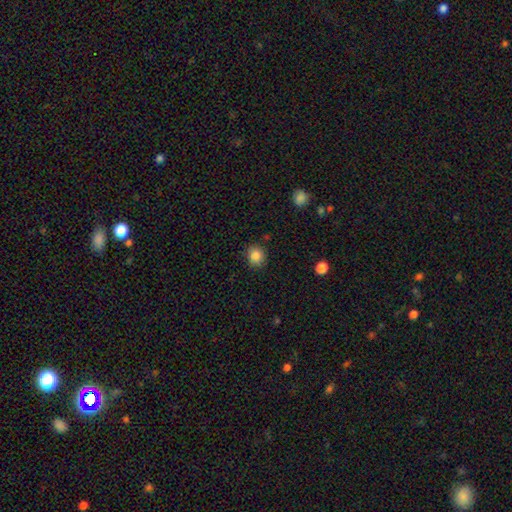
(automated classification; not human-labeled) A smooth galaxy with no disk features (86%) that is round (84%).

Vote fractions:
- Smooth or featured? smooth: 86% / star or artifact: 10% / featured or disk: 4%
- How rounded? round: 84% / in between: 16% / cigar-shaped: 1%
- Merging? none: 87% / minor disturbance: 9% / major disturbance: 3% / merger: 2%